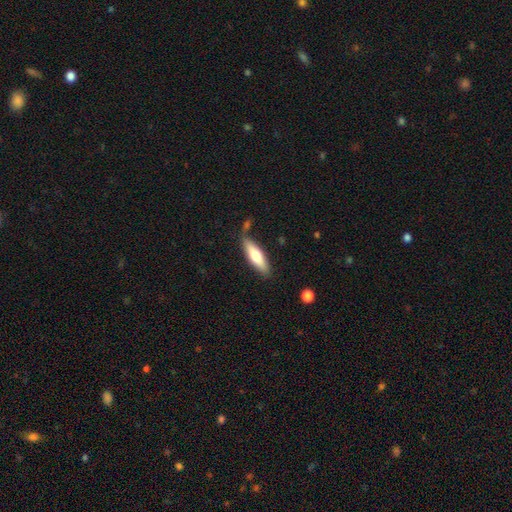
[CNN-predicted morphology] Smooth or featured?
  - smooth: 66% *
  - featured or disk: 28%
  - star or artifact: 6%
How rounded?
  - cigar-shaped: 59% *
  - in between: 40%
  - round: 2%
Merging?
  - none: 77% *
  - minor disturbance: 15%
  - merger: 5%
  - major disturbance: 3%